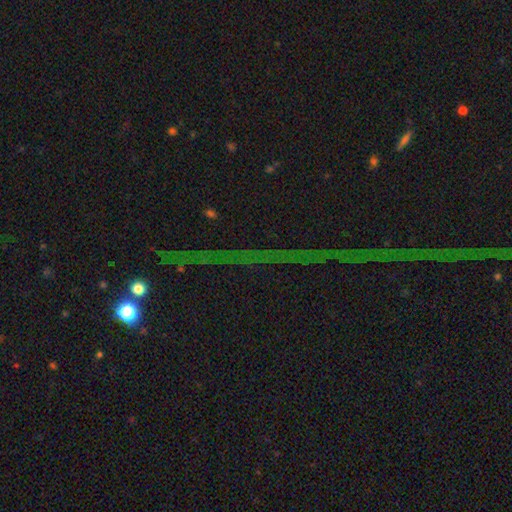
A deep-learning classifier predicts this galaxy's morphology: star or artifact 80%, featured or disk 12%, smooth 9%.